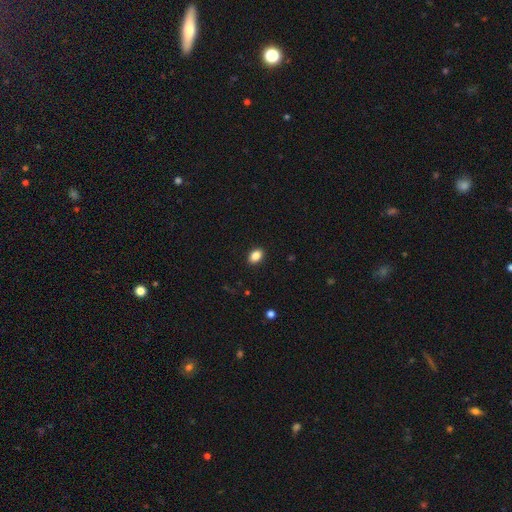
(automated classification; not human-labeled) This appears to be a smooth galaxy with no disk features (86%) that is in between round and cigar-shaped (83%). Merging: none (90%).